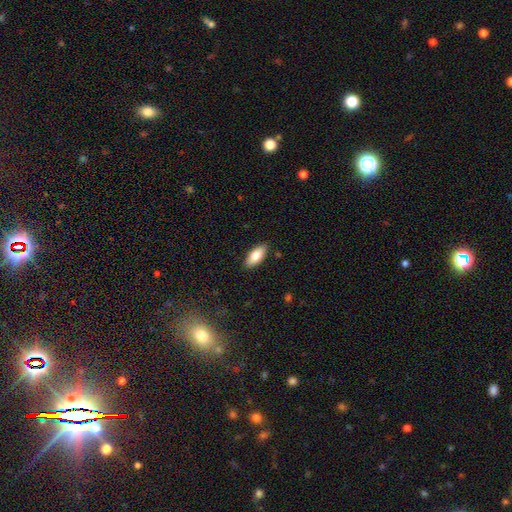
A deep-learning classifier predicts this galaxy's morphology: smooth 80%, featured or disk 14%, star or artifact 6%. Down the decision tree: how rounded — in between (84%); merging — none (88%).